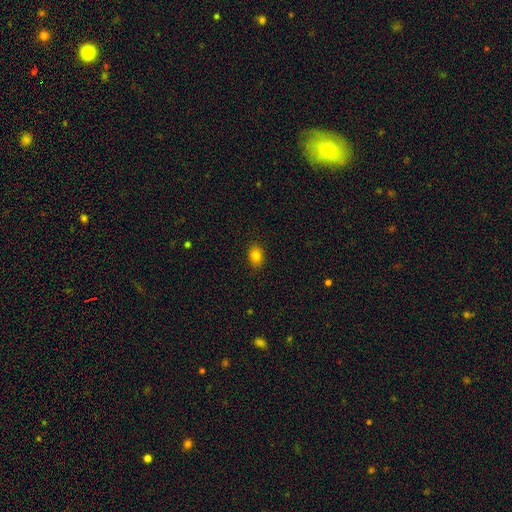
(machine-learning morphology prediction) Smooth or featured: smooth — 83% (star or artifact — 11%)
How rounded: in between — 68% (round — 31%)
Merging: none — 88% (minor disturbance — 9%)